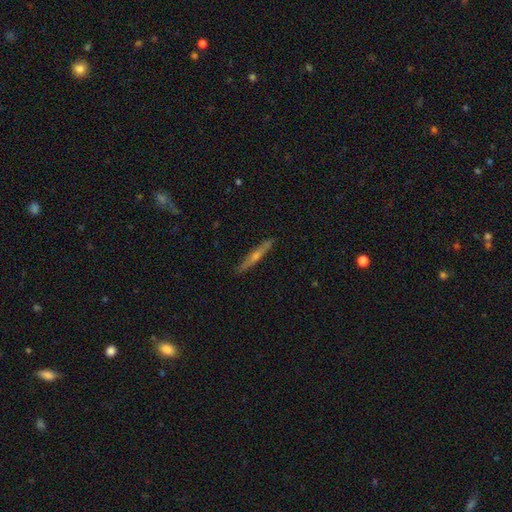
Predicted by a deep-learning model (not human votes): A featured or disk galaxy (65%) viewed edge-on (96%) with a rounded central bulge (81%).

Vote fractions:
- Smooth or featured? featured or disk: 65% / smooth: 29% / star or artifact: 6%
- Edge-on disk? yes: 96% / no: 4%
- Edge-on bulge? rounded: 81% / none: 15% / boxy: 3%
- Merging? none: 90% / minor disturbance: 7% / major disturbance: 1% / merger: 1%